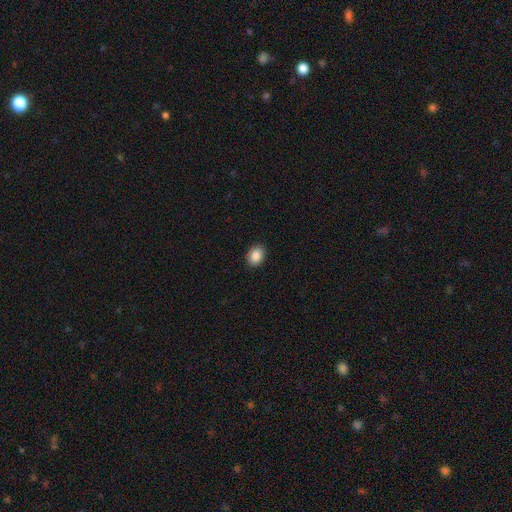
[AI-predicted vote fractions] Smooth or featured: smooth — 87% (star or artifact — 8%)
How rounded: in between — 74% (round — 25%)
Merging: none — 90% (minor disturbance — 7%)